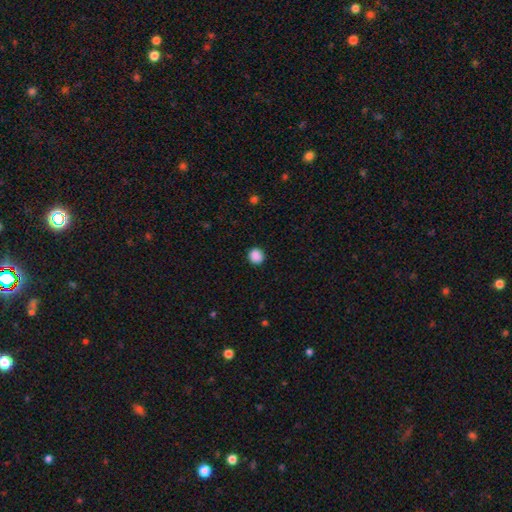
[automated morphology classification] smooth-or-featured: smooth: 88% | star or artifact: 9% | featured or disk: 2%
  how-rounded: round: 85% | in between: 14% | cigar-shaped: 1%
  merging: none: 90% | minor disturbance: 7% | major disturbance: 2% | merger: 1%